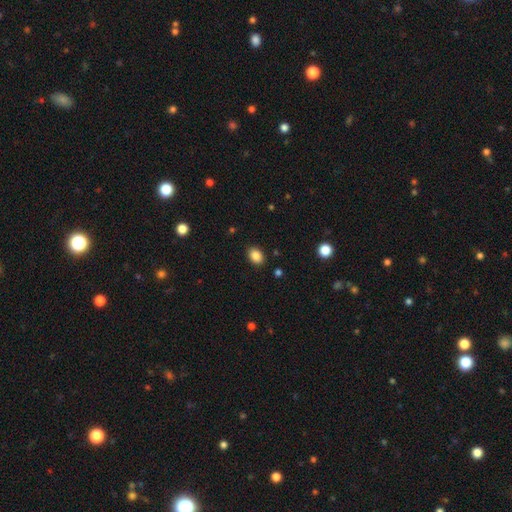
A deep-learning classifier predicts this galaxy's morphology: This appears to be a smooth galaxy with no disk features (87%) that is in between round and cigar-shaped (72%). Merging: none (88%).